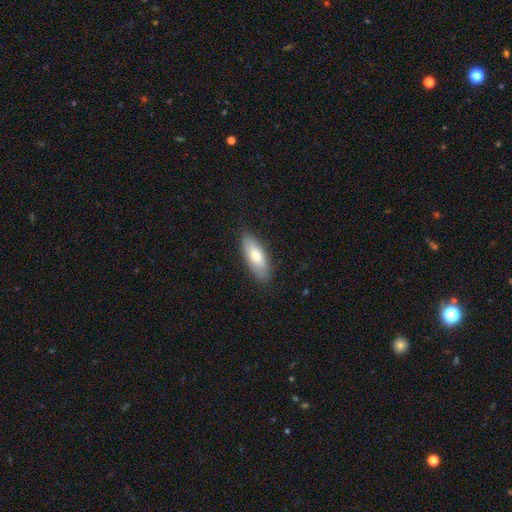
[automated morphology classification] smooth-or-featured: smooth: 68% | featured or disk: 26% | star or artifact: 6%
  how-rounded: in between: 73% | cigar-shaped: 25% | round: 2%
  merging: none: 85% | minor disturbance: 12% | major disturbance: 2% | merger: 1%